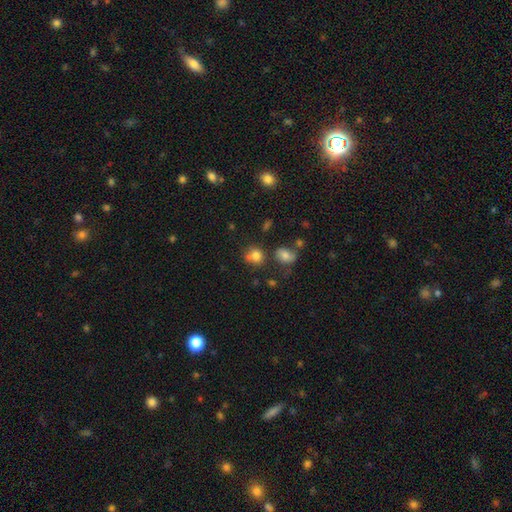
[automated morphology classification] Overall: smooth (79%). How rounded: round (73%). Merging: none (59%).